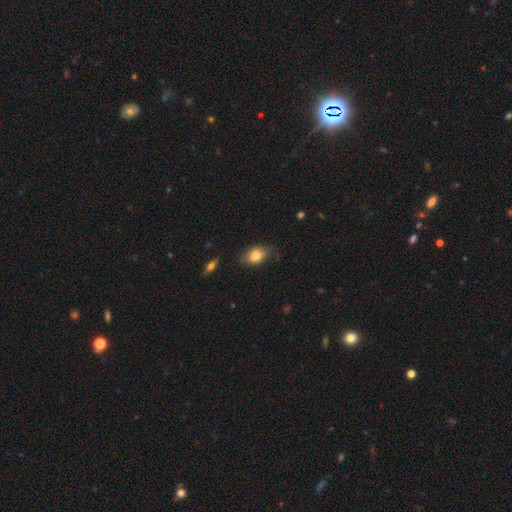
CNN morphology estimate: A smooth galaxy with no disk features (80%) that is in between round and cigar-shaped (84%). Merging: none (74%).